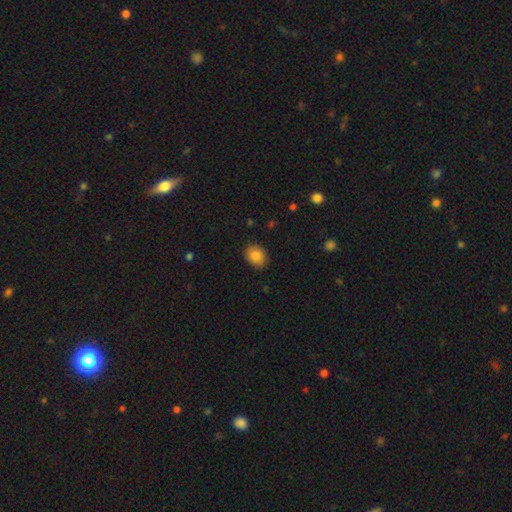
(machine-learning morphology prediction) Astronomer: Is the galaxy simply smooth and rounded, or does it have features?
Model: smooth — 87%.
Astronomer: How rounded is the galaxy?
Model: in between — 53% (runner-up: round, 46%).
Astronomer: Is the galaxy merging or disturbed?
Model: none — 85%.